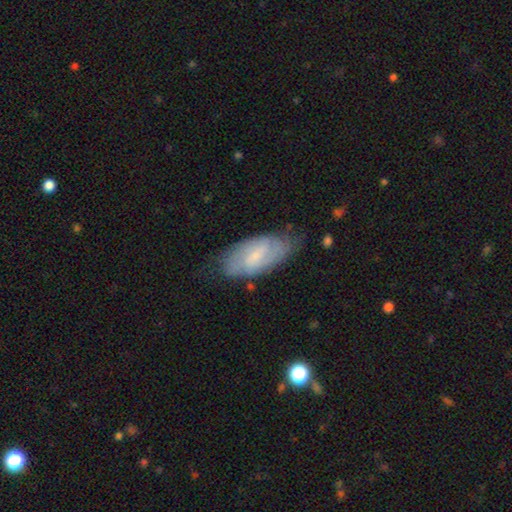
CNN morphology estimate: A featured or disk galaxy (59%) with a weak bar (55%), spiral arms (82%) and a small central bulge (63%).

Vote fractions:
- Smooth or featured? featured or disk: 59% / smooth: 35% / star or artifact: 6%
- Edge-on disk? no: 93% / yes: 7%
- Bar? weak: 55% / no: 24% / strong: 21%
- Spiral arms? yes: 82% / no: 18%
- Bulge size? small: 63% / moderate: 24% / none: 11% / large: 2% / dominant: 1%
- Merging? none: 68% / minor disturbance: 24% / major disturbance: 6% / merger: 2%